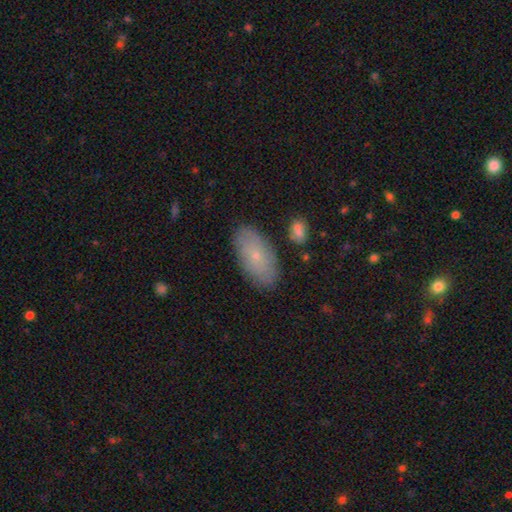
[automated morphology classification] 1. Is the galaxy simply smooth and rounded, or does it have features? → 65% smooth, 27% featured or disk, 8% star or artifact.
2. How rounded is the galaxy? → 93% in between, 4% cigar-shaped, 3% round.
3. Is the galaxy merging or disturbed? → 85% none, 11% minor disturbance, 2% major disturbance, 2% merger.